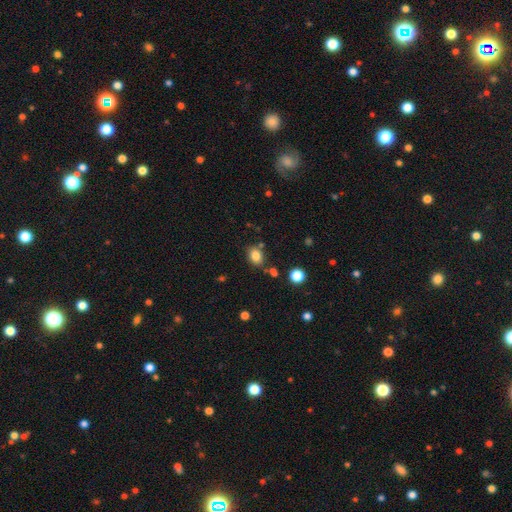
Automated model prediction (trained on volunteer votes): Smooth or featured? Predicted: smooth (p=0.82). How rounded? Predicted: in between (p=0.60). Merging? Predicted: none (p=0.75).